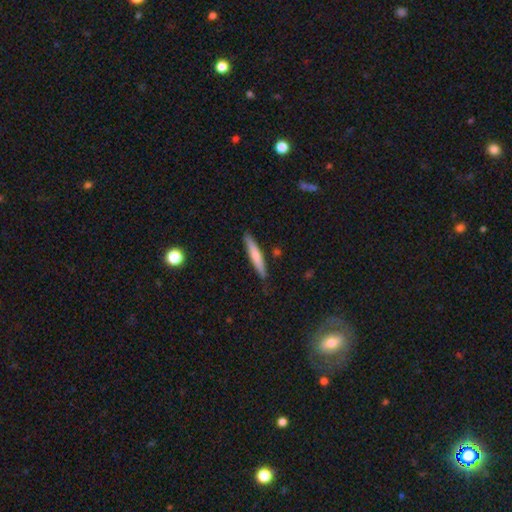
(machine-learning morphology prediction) Smooth or featured?
  - smooth: 66% *
  - featured or disk: 28%
  - star or artifact: 6%
How rounded?
  - cigar-shaped: 93% *
  - in between: 6%
  - round: 1%
Merging?
  - none: 85% *
  - minor disturbance: 11%
  - major disturbance: 2%
  - merger: 2%